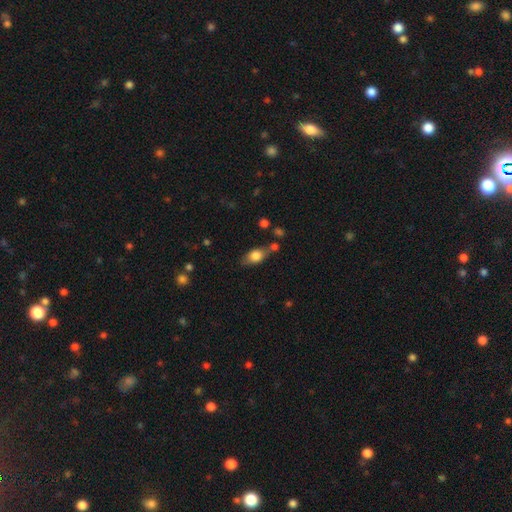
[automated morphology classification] A smooth galaxy with no disk features (75%) that is in between round and cigar-shaped (78%). Merging: none (59%).